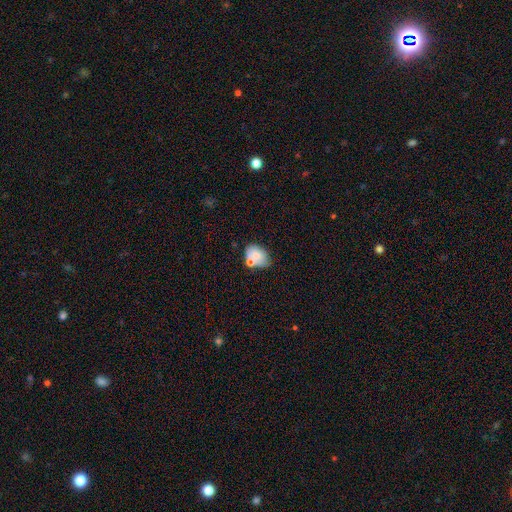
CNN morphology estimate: This appears to be a smooth galaxy with no disk features (69%) that is in between round and cigar-shaped (74%). Merging: none (43%).